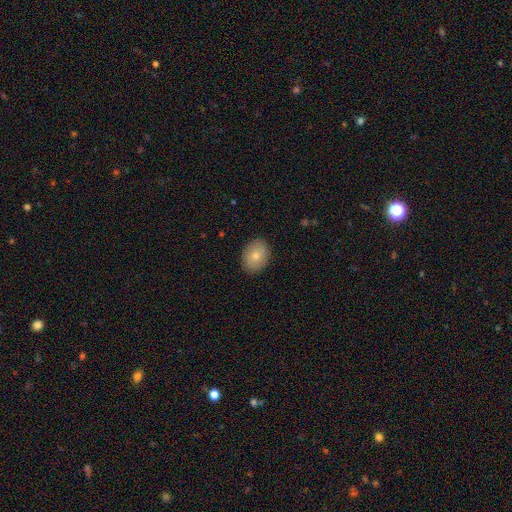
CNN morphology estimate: Smooth or featured?
  - smooth: 77% *
  - featured or disk: 16%
  - star or artifact: 7%
How rounded?
  - in between: 66% *
  - round: 33%
  - cigar-shaped: 1%
Merging?
  - none: 88% *
  - minor disturbance: 9%
  - major disturbance: 2%
  - merger: 1%